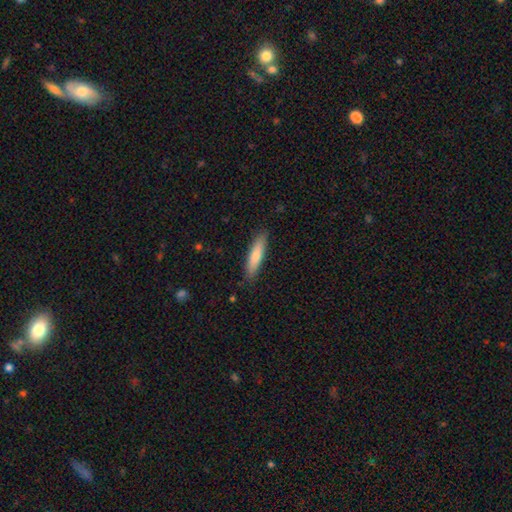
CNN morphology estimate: smooth-or-featured: smooth: 74% | featured or disk: 20% | star or artifact: 6%
  how-rounded: cigar-shaped: 78% | in between: 21% | round: 1%
  merging: none: 88% | minor disturbance: 9% | major disturbance: 2% | merger: 1%